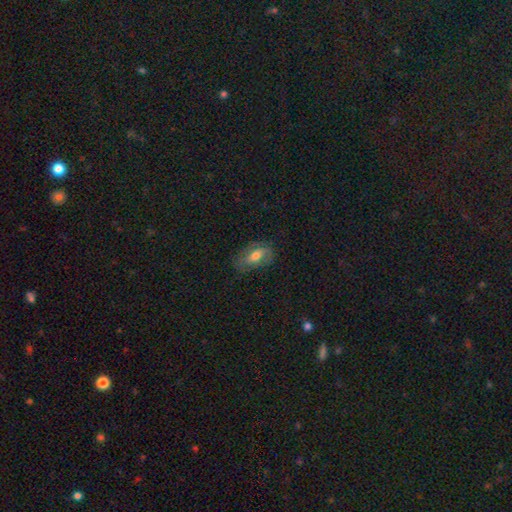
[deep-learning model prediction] A featured or disk galaxy (48%).

Vote fractions:
- Smooth or featured? featured or disk: 48% / smooth: 44% / star or artifact: 8%
- Merging? none: 69% / minor disturbance: 21% / major disturbance: 9% / merger: 1%